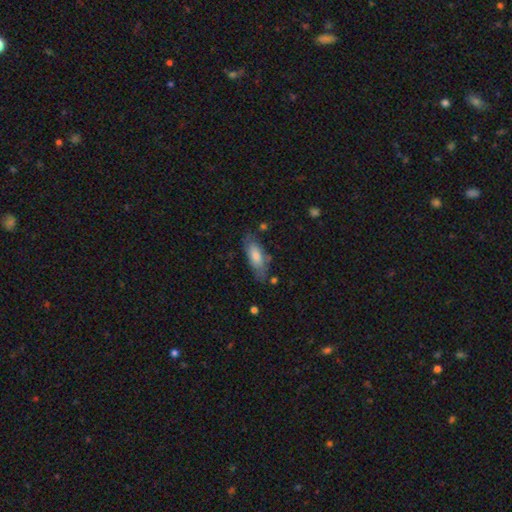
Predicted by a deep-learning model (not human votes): A smooth galaxy with no disk features (67%) that is in between round and cigar-shaped (70%). Merging: none (72%).